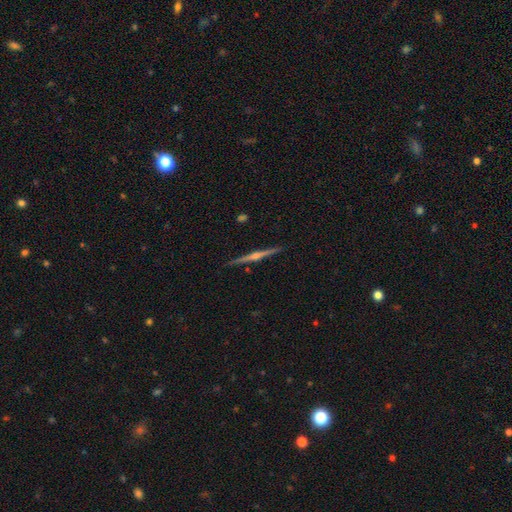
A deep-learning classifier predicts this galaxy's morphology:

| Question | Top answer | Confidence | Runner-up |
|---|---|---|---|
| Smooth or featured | featured or disk | 85% | smooth (10%) |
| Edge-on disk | yes | 99% | no (1%) |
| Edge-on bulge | rounded | 87% | none (8%) |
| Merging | none | 92% | minor disturbance (5%) |